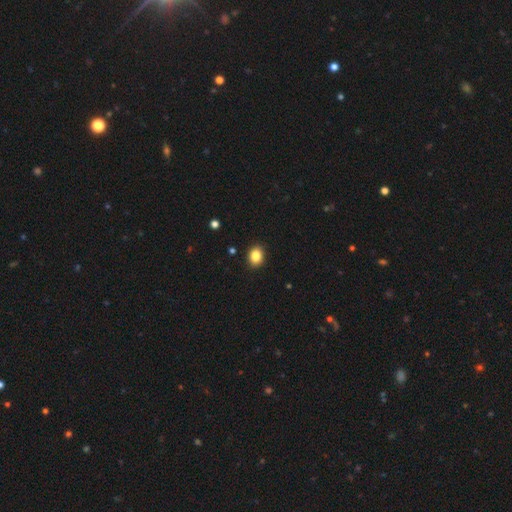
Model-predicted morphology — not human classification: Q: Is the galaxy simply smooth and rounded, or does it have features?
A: smooth — 87%.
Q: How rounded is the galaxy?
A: in between — 54%.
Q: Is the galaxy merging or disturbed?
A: none — 89%.